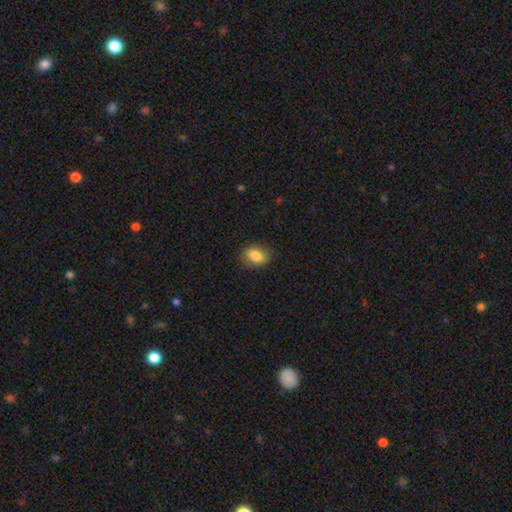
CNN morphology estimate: This appears to be a smooth galaxy with no disk features (84%) that is in between round and cigar-shaped (67%). Merging: none (83%).